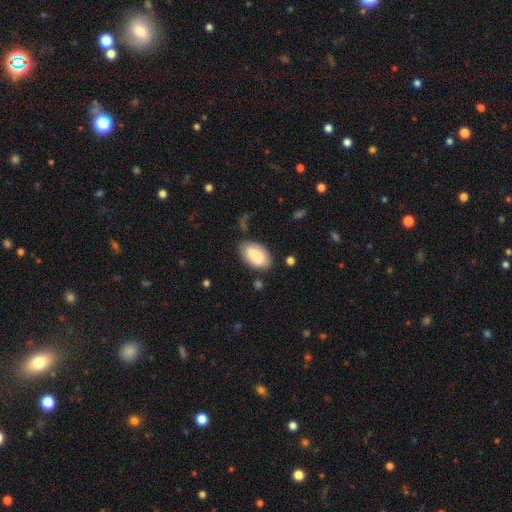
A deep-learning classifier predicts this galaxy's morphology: type=smooth (80%); roundness=in between (94%); merging=none (71%).